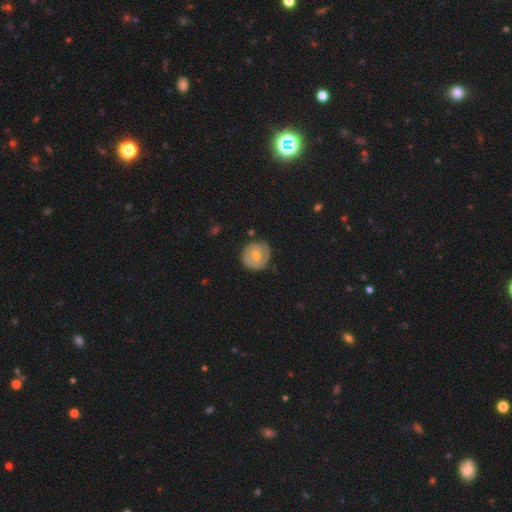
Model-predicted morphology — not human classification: A featured or disk galaxy (53%) with no bar (66%), spiral arms (68%) and a moderate central bulge (57%). Merging: none (72%).